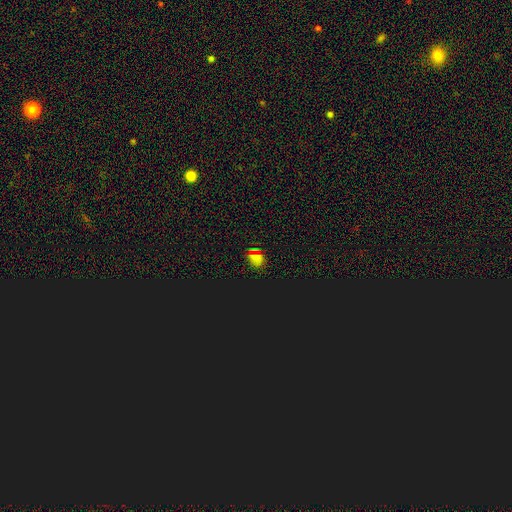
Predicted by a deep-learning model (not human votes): star or artifact 50%, smooth 41%, featured or disk 9%.